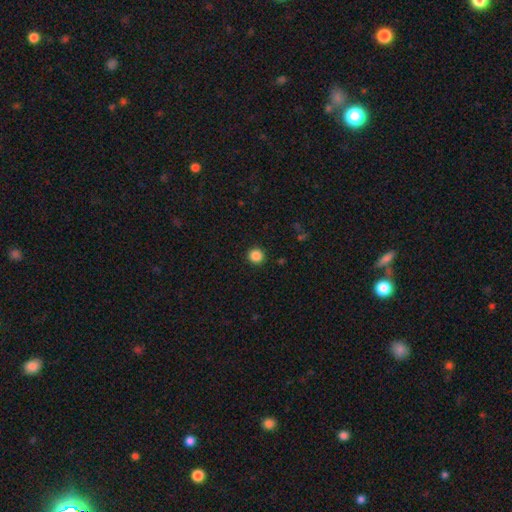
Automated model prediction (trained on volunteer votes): A smooth galaxy with no disk features (87%) that is round (94%).

Vote fractions:
- Smooth or featured? smooth: 87% / star or artifact: 10% / featured or disk: 3%
- How rounded? round: 94% / in between: 5% / cigar-shaped: 1%
- Merging? none: 93% / minor disturbance: 5% / major disturbance: 2% / merger: 1%